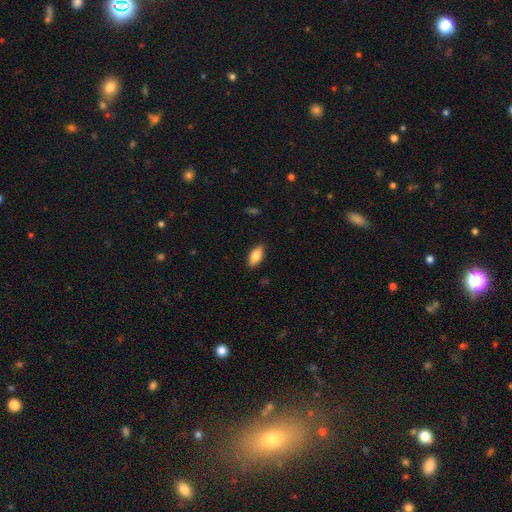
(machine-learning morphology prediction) Q: Smooth or featured?
A: smooth (80%); runner-up: featured or disk (13%)
Q: How rounded?
A: in between (88%); runner-up: cigar-shaped (9%)
Q: Merging?
A: none (86%); runner-up: minor disturbance (10%)